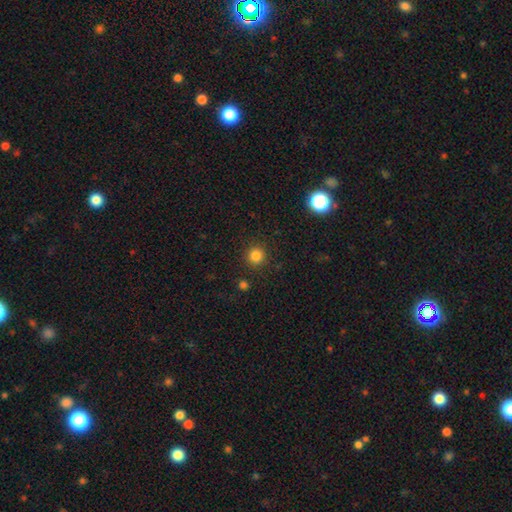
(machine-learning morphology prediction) type=smooth (83%); roundness=round (94%); merging=none (91%).